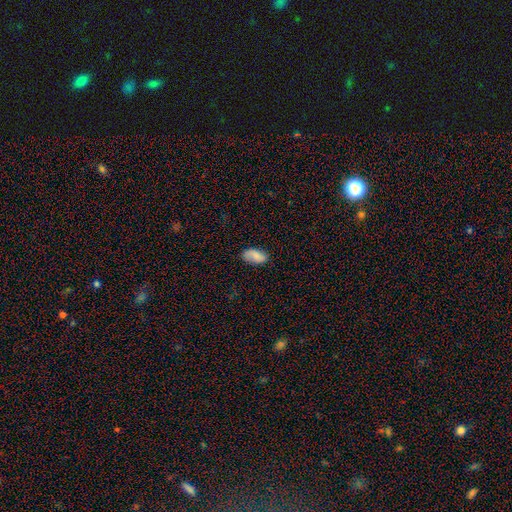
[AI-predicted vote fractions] Q: Smooth or featured?
A: smooth (81%); runner-up: featured or disk (12%)
Q: How rounded?
A: in between (93%); runner-up: round (4%)
Q: Merging?
A: none (78%); runner-up: minor disturbance (17%)